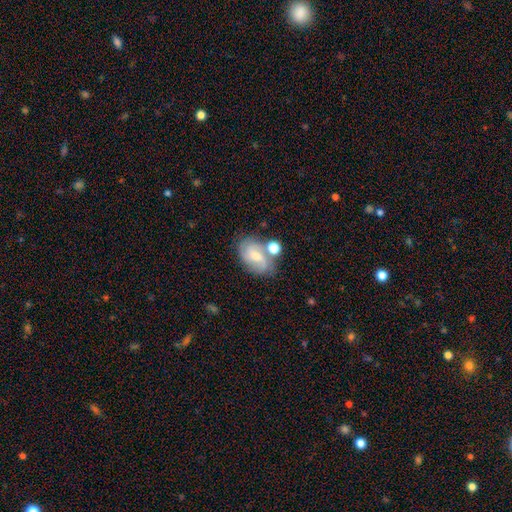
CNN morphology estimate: Smooth or featured? Predicted: featured or disk (p=0.54). Edge-on disk? Predicted: no (p=0.96). Bar? Predicted: weak (p=0.46). Spiral arms? Predicted: yes (p=0.83). Bulge size? Predicted: small (p=0.53). Merging? Predicted: none (p=0.51).